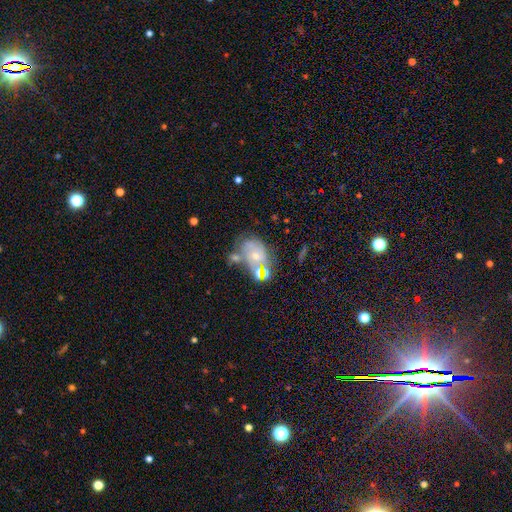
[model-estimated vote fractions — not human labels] featured or disk 54%, smooth 34%, star or artifact 13%. Down the decision tree: edge-on disk — no (96%); bar — no (84%); spiral arms — yes (53%); bulge size — small (61%); merging — none (34%).